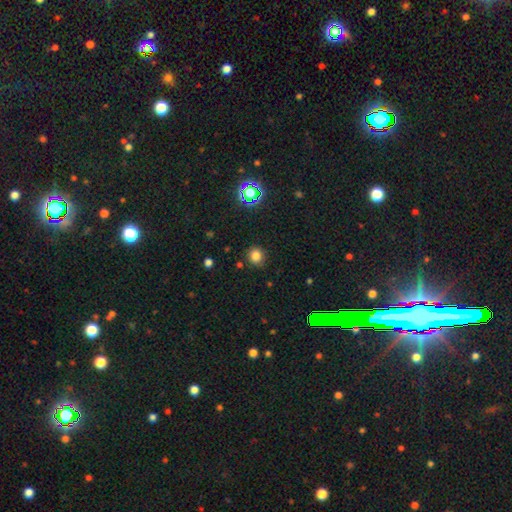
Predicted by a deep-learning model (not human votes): Smooth or featured? smooth (78%)
How rounded? round (81%)
Merging? none (85%)